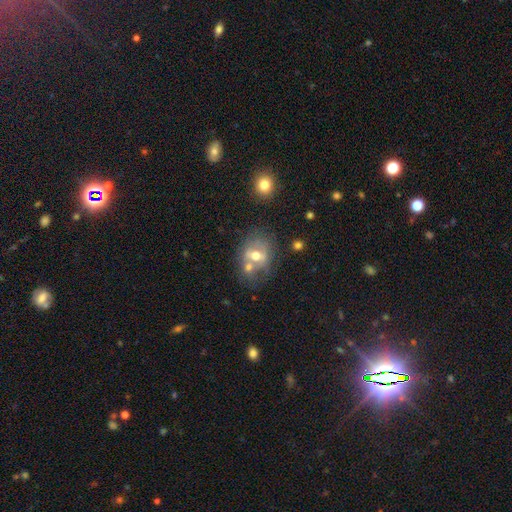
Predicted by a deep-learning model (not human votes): Smooth or featured: smooth — 47% (featured or disk — 38%)
Merging: none — 43% (merger — 37%)